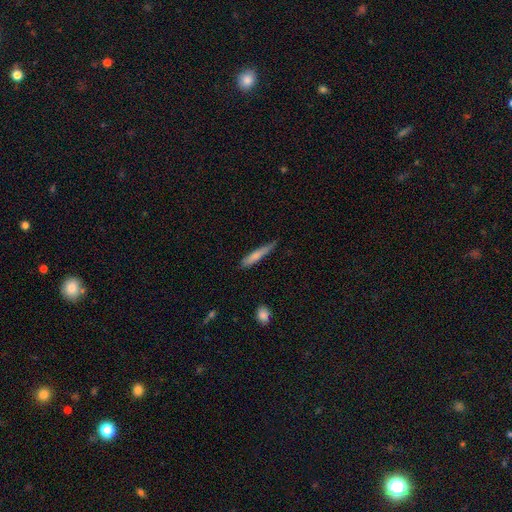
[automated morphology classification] The model was most divided on "merging": none: 66%, minor disturbance: 27%, major disturbance: 5%, merger: 2%. More confident: how rounded — cigar-shaped (91%); smooth or featured — smooth (73%).